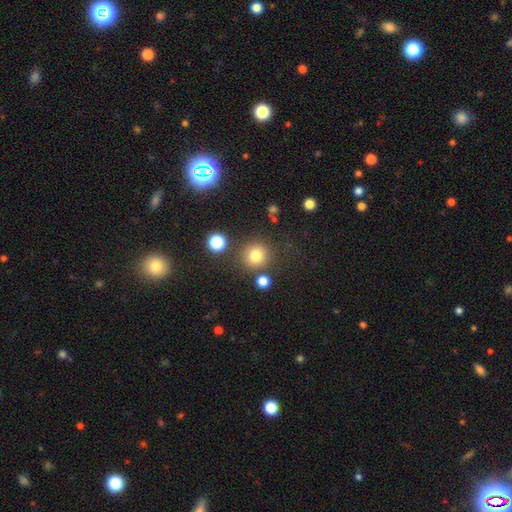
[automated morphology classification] smooth-or-featured: smooth: 77% | star or artifact: 16% | featured or disk: 7%
  how-rounded: round: 93% | in between: 6% | cigar-shaped: 1%
  merging: none: 81% | minor disturbance: 9% | merger: 6% | major disturbance: 4%